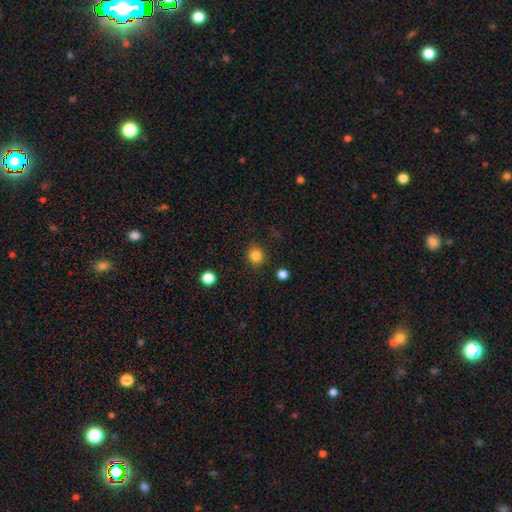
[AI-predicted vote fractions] The model was most divided on "how rounded": round: 82%, in between: 17%, cigar-shaped: 1%. More confident: merging — none (86%); smooth or featured — smooth (84%).